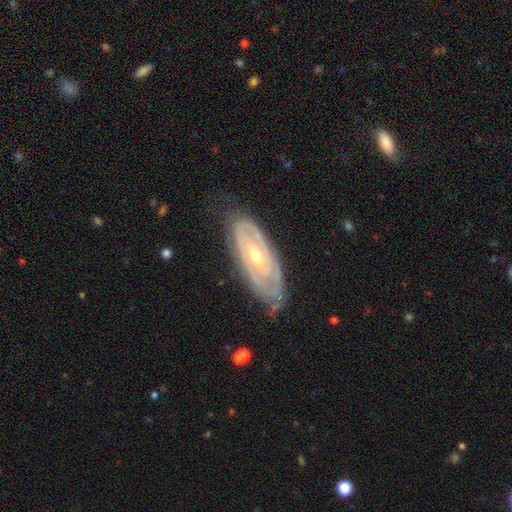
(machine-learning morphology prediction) The model was most divided on "bulge size": moderate: 52%, small: 45%, large: 2%, none: 1%, dominant: 1%. More confident: edge-on disk — no (87%); smooth or featured — featured or disk (80%); spiral arms — yes (75%); spiral winding — tight (74%); merging — none (70%); bar — no (66%); spiral arm count — can't tell (52%).